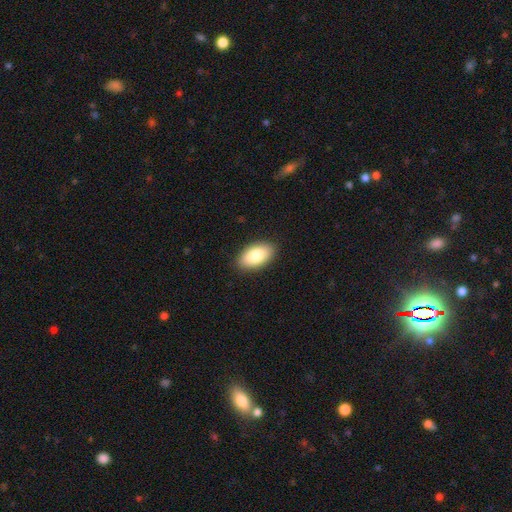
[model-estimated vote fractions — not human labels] smooth 84%, featured or disk 9%, star or artifact 6%. Down the decision tree: how rounded — in between (95%); merging — none (89%).